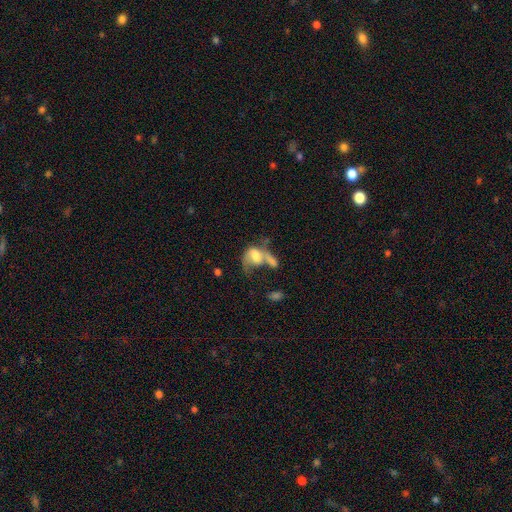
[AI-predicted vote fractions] smooth-or-featured: smooth: 47% | featured or disk: 43% | star or artifact: 10%
  merging: merger: 47% | major disturbance: 29% | none: 14% | minor disturbance: 11%